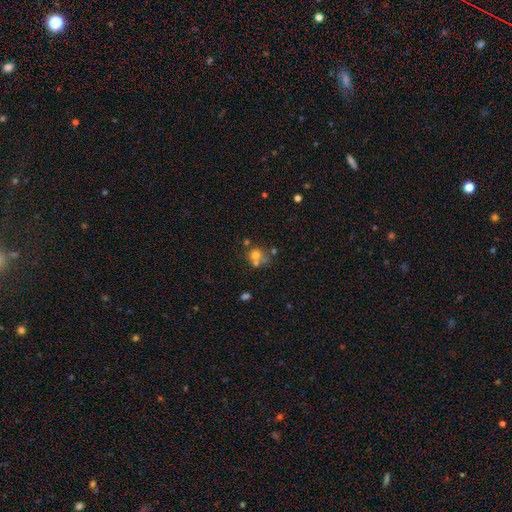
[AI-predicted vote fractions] Smooth or featured: smooth — 64% (featured or disk — 20%)
How rounded: round — 78% (in between — 21%)
Merging: merger — 42% (none — 41%)